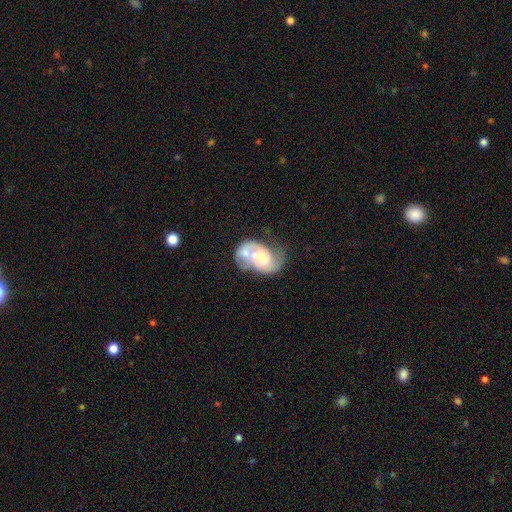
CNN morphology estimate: A featured or disk galaxy (71%) with no bar (68%), 2 (70%) medium (44%) spiral arms (81%) and a moderate central bulge (48%).

Vote fractions:
- Smooth or featured? featured or disk: 71% / smooth: 23% / star or artifact: 7%
- Edge-on disk? no: 97% / yes: 3%
- Bar? no: 68% / weak: 26% / strong: 6%
- Spiral arms? yes: 81% / no: 19%
- Spiral winding? medium: 44% / tight: 30% / loose: 26%
- Spiral arm count? 2: 70% / 1: 15% / can't tell: 11% / 3: 2% / 4: 1% / more than 4: 1%
- Bulge size? moderate: 48% / small: 21% / large: 21% / none: 7% / dominant: 3%
- Merging? merger: 36% / none: 30% / minor disturbance: 18% / major disturbance: 16%